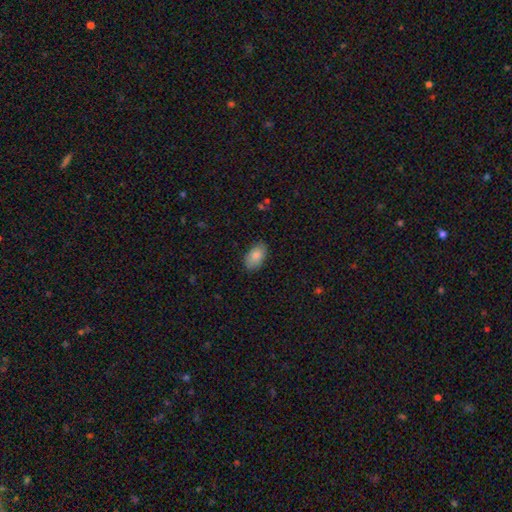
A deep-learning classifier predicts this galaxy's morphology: Q: Smooth or featured?
A: smooth (84%); runner-up: featured or disk (9%)
Q: How rounded?
A: in between (93%); runner-up: round (6%)
Q: Merging?
A: none (84%); runner-up: minor disturbance (13%)